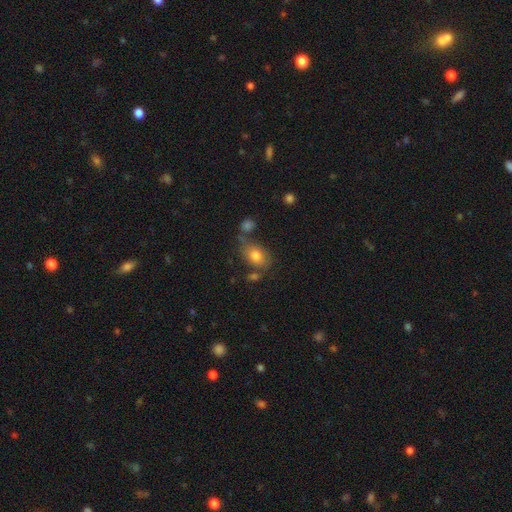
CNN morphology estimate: smooth_or_featured: smooth (p=0.76) [alt: featured or disk p=0.15]
how_rounded: in between (p=0.78) [alt: round p=0.21]
merging: none (p=0.59) [alt: minor disturbance p=0.20]